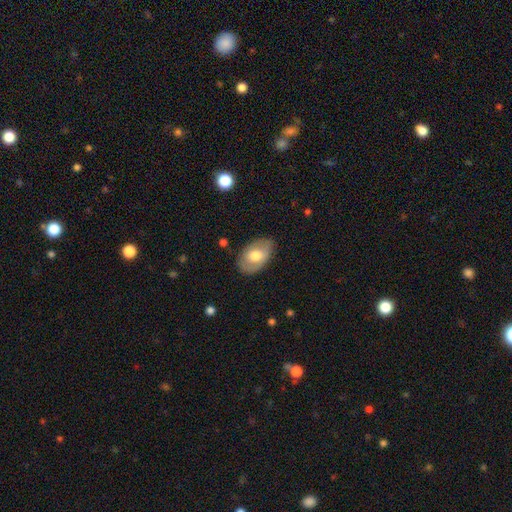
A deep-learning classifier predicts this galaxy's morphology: A smooth galaxy with no disk features (60%) that is in between round and cigar-shaped (90%).

Vote fractions:
- Smooth or featured? smooth: 60% / featured or disk: 34% / star or artifact: 6%
- How rounded? in between: 90% / round: 9% / cigar-shaped: 1%
- Merging? none: 79% / minor disturbance: 16% / major disturbance: 4% / merger: 1%